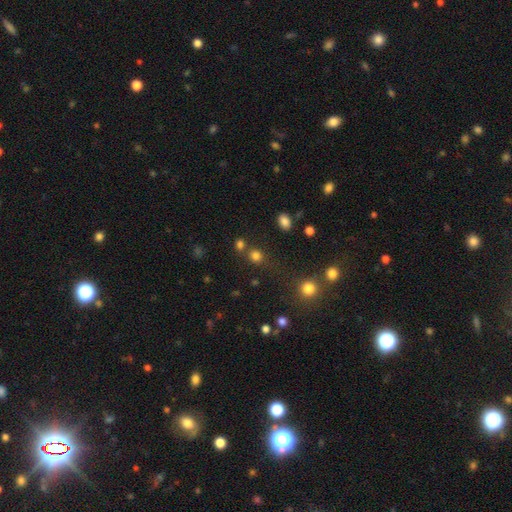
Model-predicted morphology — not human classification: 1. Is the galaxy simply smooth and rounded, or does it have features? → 78% smooth, 17% star or artifact, 5% featured or disk.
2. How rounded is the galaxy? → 83% round, 16% in between, 1% cigar-shaped.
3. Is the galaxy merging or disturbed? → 69% none, 17% merger, 9% minor disturbance, 5% major disturbance.